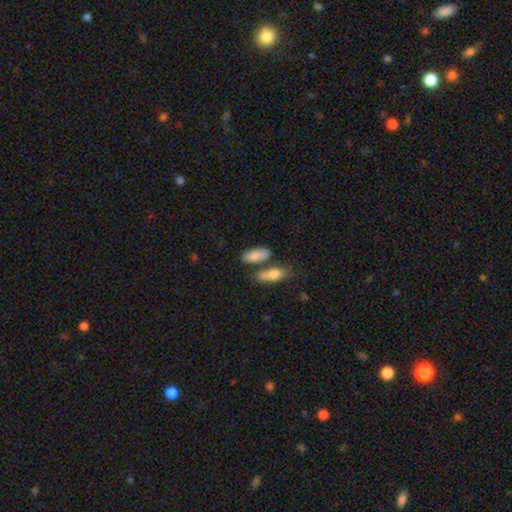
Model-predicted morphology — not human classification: A smooth galaxy with no disk features (84%) that is in between round and cigar-shaped (81%). Merging: none (52%).